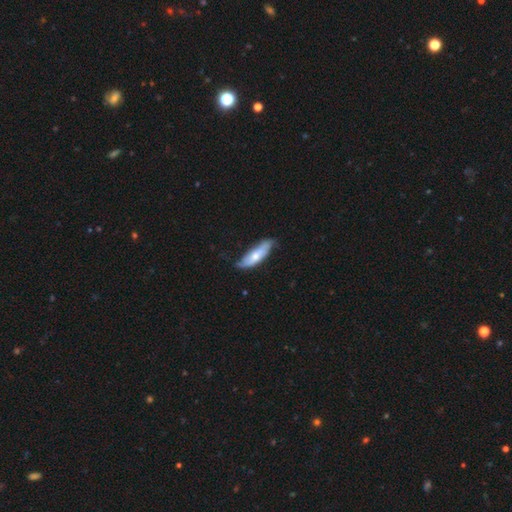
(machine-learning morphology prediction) Smooth or featured?
  - smooth: 57% *
  - featured or disk: 37%
  - star or artifact: 5%
How rounded?
  - in between: 53% *
  - cigar-shaped: 46%
  - round: 2%
Merging?
  - none: 57% *
  - minor disturbance: 33%
  - major disturbance: 7%
  - merger: 2%